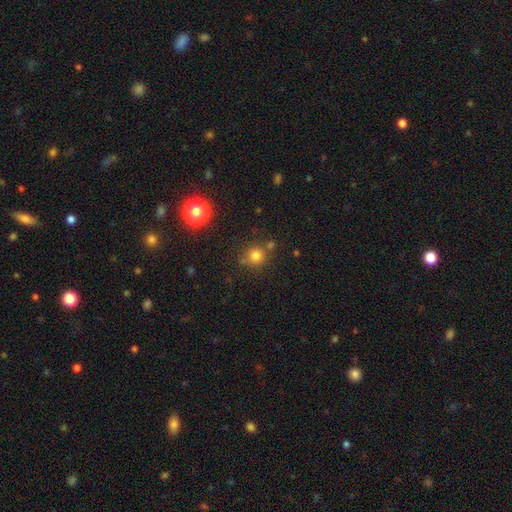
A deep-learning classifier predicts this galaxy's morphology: Smooth or featured? smooth (78%)
How rounded? round (92%)
Merging? none (74%)